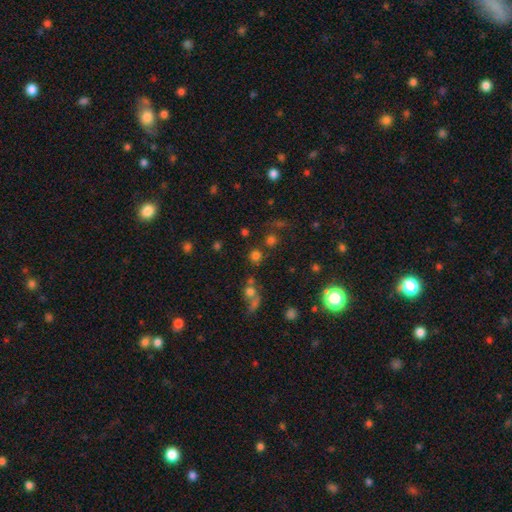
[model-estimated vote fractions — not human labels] Smooth or featured? smooth (68%)
How rounded? round (90%)
Merging? none (72%)